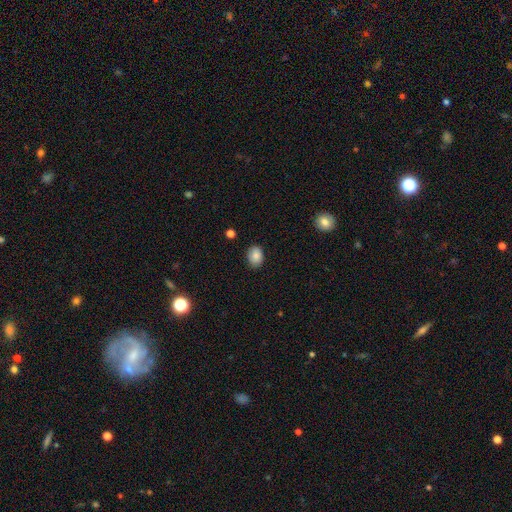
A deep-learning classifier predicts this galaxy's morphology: This appears to be a smooth galaxy with no disk features (85%) that is in between round and cigar-shaped (65%). Merging: none (85%).